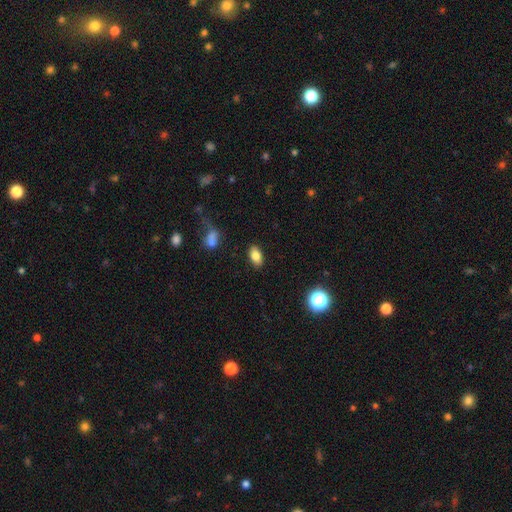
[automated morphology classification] smooth-or-featured: smooth: 81% | featured or disk: 10% | star or artifact: 9%
  how-rounded: in between: 90% | round: 7% | cigar-shaped: 3%
  merging: none: 88% | minor disturbance: 9% | major disturbance: 2% | merger: 2%